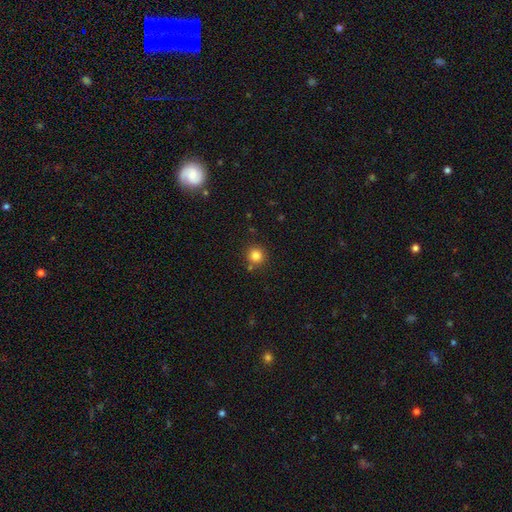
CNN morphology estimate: Q: Smooth or featured?
A: smooth (83%); runner-up: star or artifact (12%)
Q: How rounded?
A: round (94%); runner-up: in between (5%)
Q: Merging?
A: none (84%); runner-up: minor disturbance (8%)